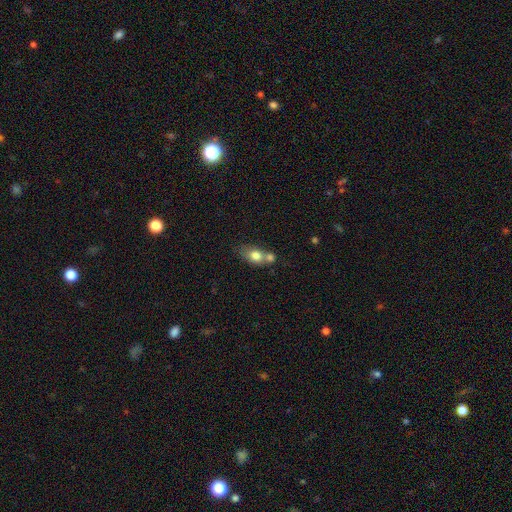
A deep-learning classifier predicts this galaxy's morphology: This appears to be a smooth galaxy with no disk features (76%) that is in between round and cigar-shaped (71%). Merging: merger (53%).